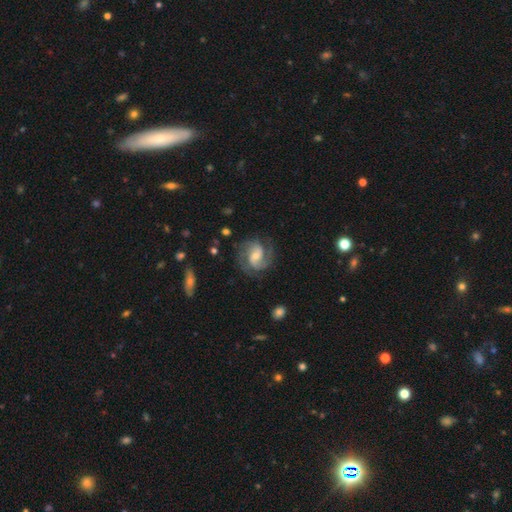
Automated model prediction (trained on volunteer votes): smooth-or-featured: featured or disk: 85% | smooth: 10% | star or artifact: 5%
  disk-edge-on: no: 98% | yes: 2%
    bar: weak: 44% | no: 41% | strong: 15%
    has-spiral-arms: yes: 96% | no: 4%
      spiral-winding: medium: 48% | tight: 37% | loose: 15%
      spiral-arm-count: 2: 60% | 3: 20% | can't tell: 10% | 1: 4% | 4: 3% | more than 4: 3%
    bulge-size: small: 48% | moderate: 45% | large: 4% | none: 2% | dominant: 1%
  merging: none: 73% | minor disturbance: 16% | major disturbance: 10% | merger: 1%